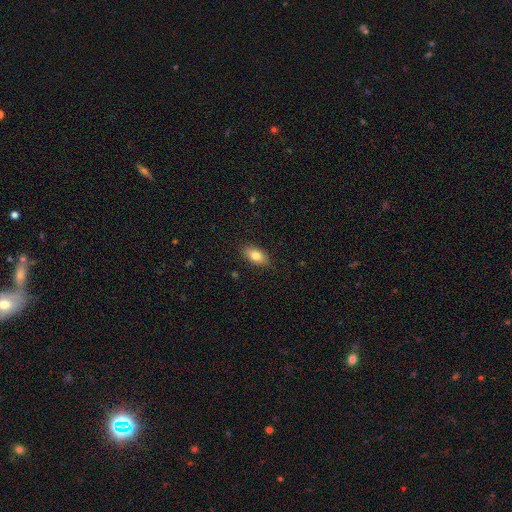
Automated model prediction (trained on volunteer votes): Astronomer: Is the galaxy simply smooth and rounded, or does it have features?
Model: smooth — 80%.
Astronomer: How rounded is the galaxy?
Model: in between — 89%.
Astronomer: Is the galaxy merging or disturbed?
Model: none — 86%.